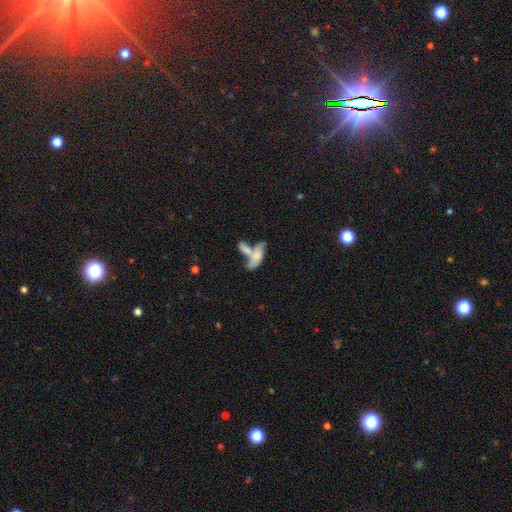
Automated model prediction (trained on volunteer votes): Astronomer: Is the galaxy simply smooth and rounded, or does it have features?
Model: smooth — 55% (runner-up: featured or disk, 36%).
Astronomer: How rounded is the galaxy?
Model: in between — 67%.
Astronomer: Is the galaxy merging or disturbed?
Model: merger — 58%.